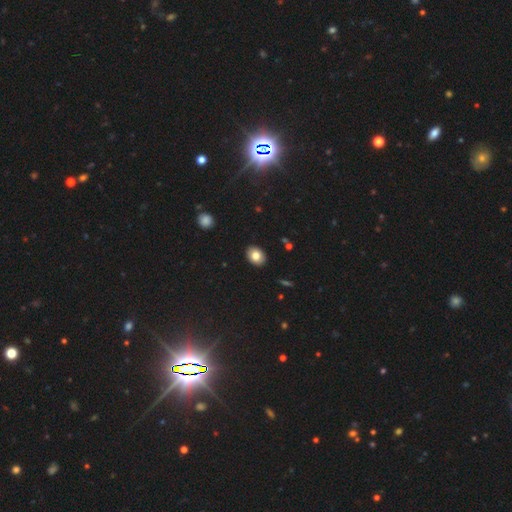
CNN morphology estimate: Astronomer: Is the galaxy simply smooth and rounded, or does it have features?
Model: smooth — 81%.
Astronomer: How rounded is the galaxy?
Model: in between — 67%.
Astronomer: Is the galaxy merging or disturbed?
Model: none — 89%.